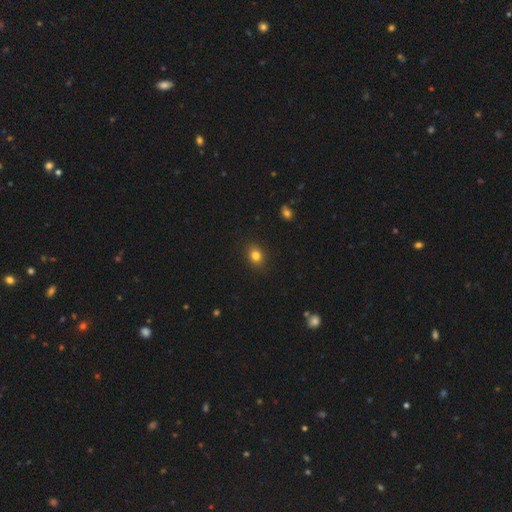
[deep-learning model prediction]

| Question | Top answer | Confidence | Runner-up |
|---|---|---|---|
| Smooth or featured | smooth | 81% | star or artifact (12%) |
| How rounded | round | 52% | in between (47%) |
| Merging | none | 88% | minor disturbance (9%) |